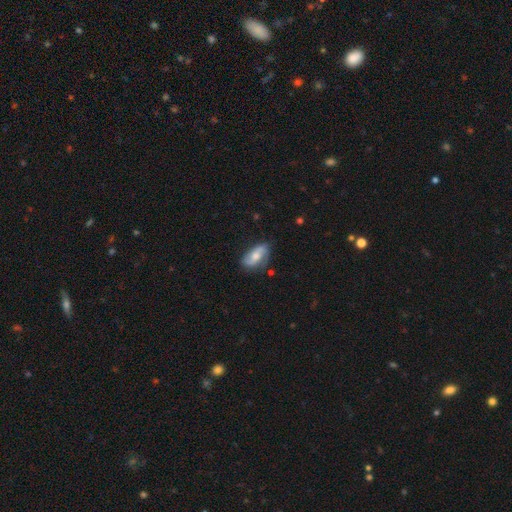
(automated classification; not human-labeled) This appears to be a featured or disk galaxy (49%). Merging: none (70%).